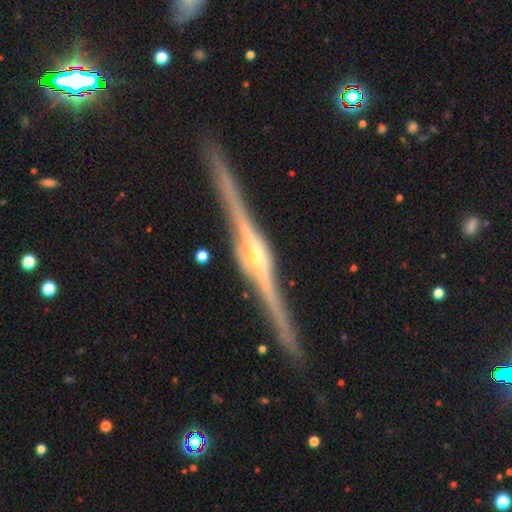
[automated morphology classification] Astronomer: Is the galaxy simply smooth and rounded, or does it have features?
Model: featured or disk — 91%.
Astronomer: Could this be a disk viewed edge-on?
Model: yes — 98%.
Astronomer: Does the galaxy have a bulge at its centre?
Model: rounded — 78%.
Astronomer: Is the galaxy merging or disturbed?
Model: none — 90%.